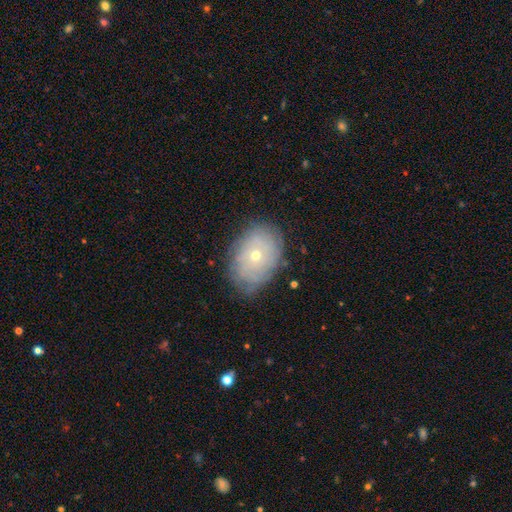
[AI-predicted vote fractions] This is possibly a featured or disk galaxy (50%). It is clearly not viewed edge-on (94%). Merging: likely none (74%).